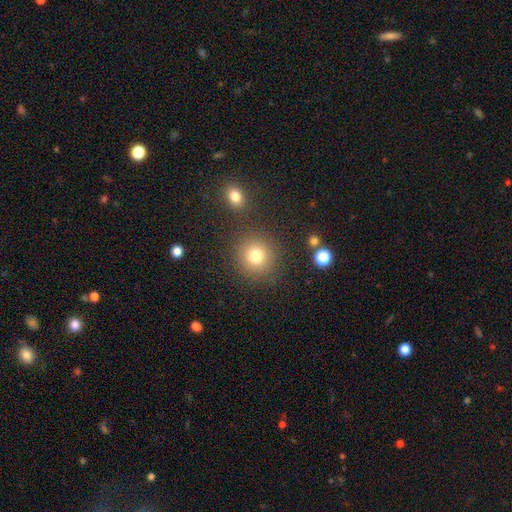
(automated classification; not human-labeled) A smooth galaxy with no disk features (78%) that is round (91%).

Vote fractions:
- Smooth or featured? smooth: 78% / star or artifact: 14% / featured or disk: 8%
- How rounded? round: 91% / in between: 8% / cigar-shaped: 1%
- Merging? none: 85% / minor disturbance: 7% / merger: 4% / major disturbance: 3%